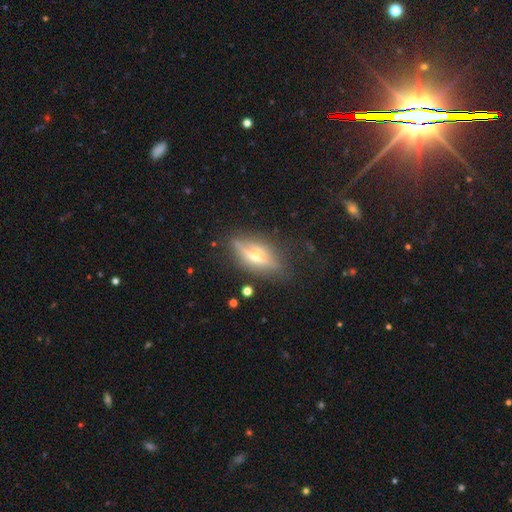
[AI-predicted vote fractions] Smooth or featured? featured or disk (66%)
Edge-on disk? yes (83%)
Edge-on bulge? rounded (91%)
Merging? none (73%)